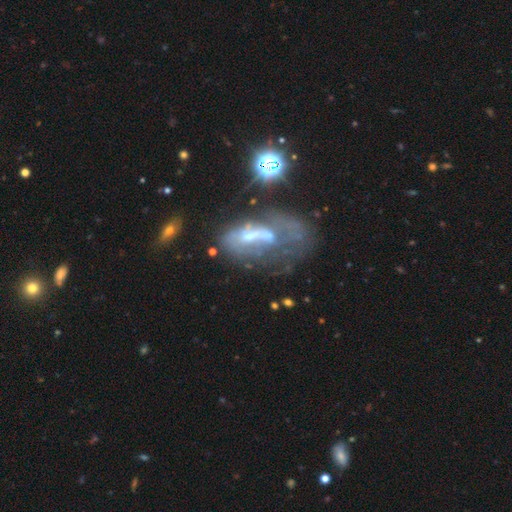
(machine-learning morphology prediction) Overall: featured or disk (58%; smooth 23%). Edge-on disk: no (90%). Bar: no (63%; weak 25%). Spiral arms: no (62%; yes 38%). Bulge size: small (48%; moderate 27%). Merging: major disturbance (31%; merger 28%).